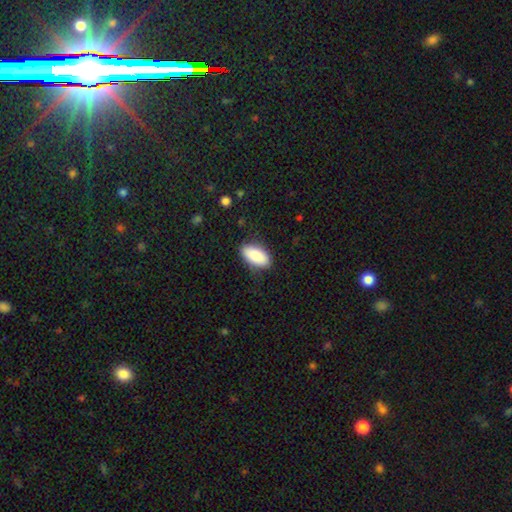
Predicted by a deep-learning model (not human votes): Smooth or featured: smooth — 89% (star or artifact — 6%)
How rounded: in between — 92% (cigar-shaped — 6%)
Merging: none — 84% (minor disturbance — 12%)